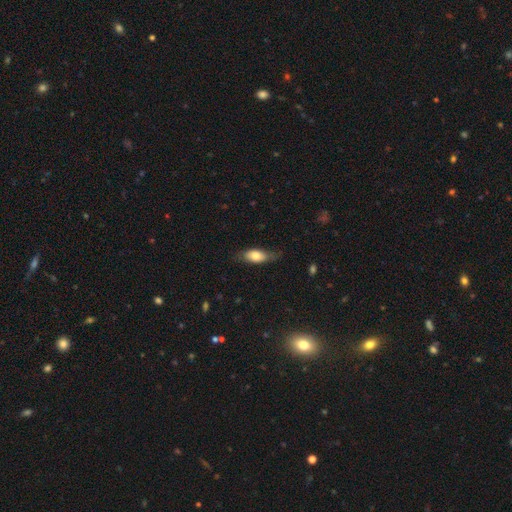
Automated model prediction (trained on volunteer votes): smooth-or-featured: smooth: 73% | featured or disk: 21% | star or artifact: 7%
  how-rounded: in between: 77% | cigar-shaped: 20% | round: 3%
  merging: none: 67% | minor disturbance: 24% | major disturbance: 7% | merger: 1%